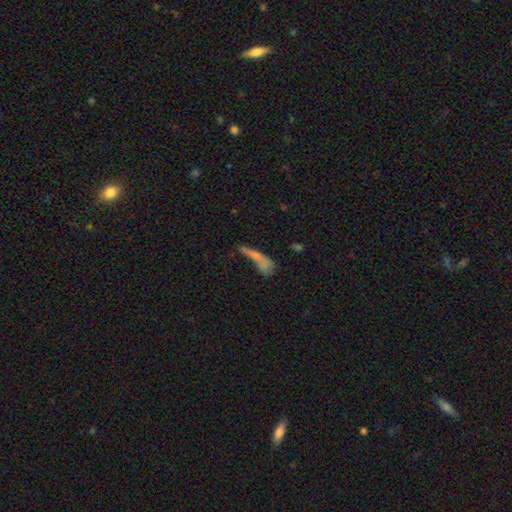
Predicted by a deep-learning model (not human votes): Smooth or featured?
  - smooth: 54% *
  - featured or disk: 28%
  - star or artifact: 17%
How rounded?
  - cigar-shaped: 66% *
  - in between: 28%
  - round: 7%
Merging?
  - none: 31% *
  - merger: 27%
  - major disturbance: 24%
  - minor disturbance: 17%